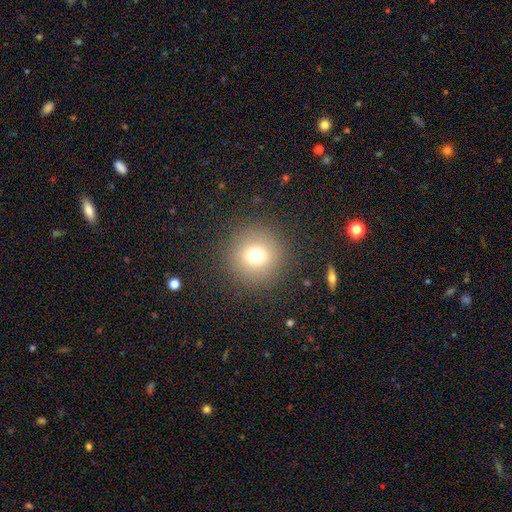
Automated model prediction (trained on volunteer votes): smooth-or-featured: smooth: 73% | star or artifact: 17% | featured or disk: 10%
  how-rounded: round: 95% | in between: 4% | cigar-shaped: 1%
  merging: none: 90% | minor disturbance: 6% | major disturbance: 3% | merger: 1%